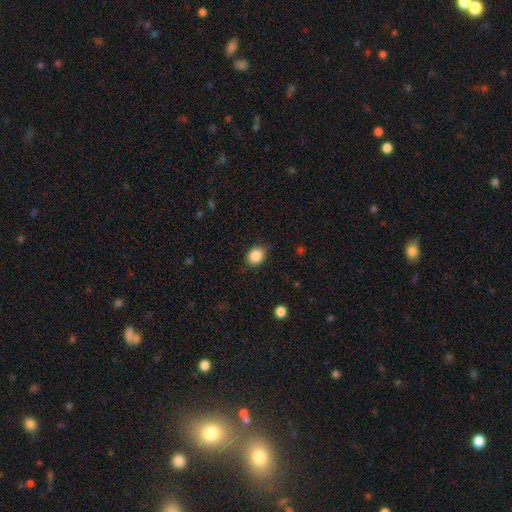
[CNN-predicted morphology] This is clearly a smooth galaxy (87%). How rounded: possibly round (58%). Merging: likely none (79%).